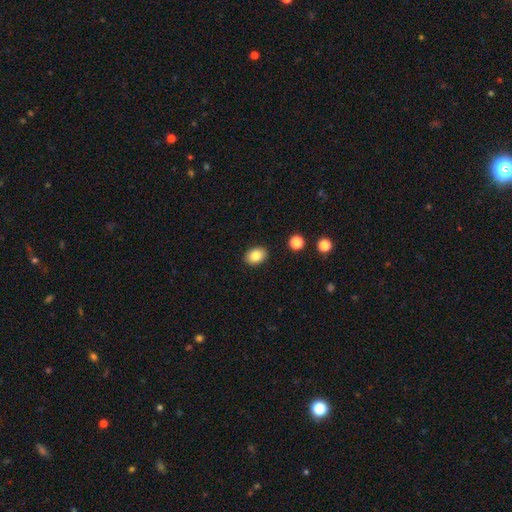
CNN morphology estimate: A smooth galaxy with no disk features (84%) that is in between round and cigar-shaped (70%).

Vote fractions:
- Smooth or featured? smooth: 84% / star or artifact: 9% / featured or disk: 7%
- How rounded? in between: 70% / round: 29% / cigar-shaped: 1%
- Merging? none: 90% / minor disturbance: 7% / major disturbance: 2% / merger: 1%